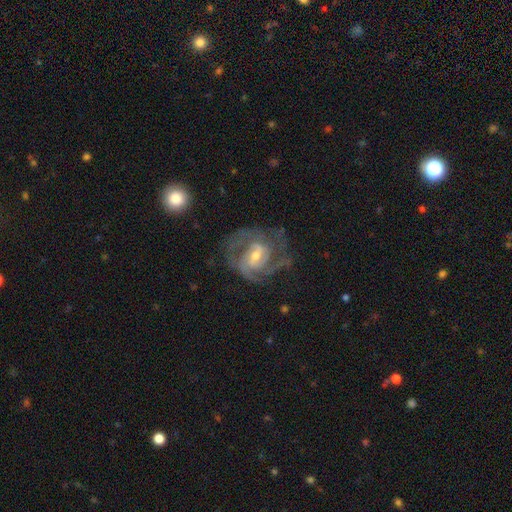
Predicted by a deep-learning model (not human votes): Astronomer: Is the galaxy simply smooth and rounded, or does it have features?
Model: featured or disk — 87%.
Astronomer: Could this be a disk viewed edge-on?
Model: no — 98%.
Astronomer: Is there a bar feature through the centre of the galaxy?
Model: weak — 51% (runner-up: no, 30%).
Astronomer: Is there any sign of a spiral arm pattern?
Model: yes — 95%.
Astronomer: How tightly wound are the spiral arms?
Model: medium — 45% (runner-up: tight, 44%).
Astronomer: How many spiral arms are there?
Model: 2 — 36% (runner-up: 3, 31%).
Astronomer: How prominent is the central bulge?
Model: moderate — 49% (runner-up: small, 45%).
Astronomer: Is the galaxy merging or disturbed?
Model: none — 60%.